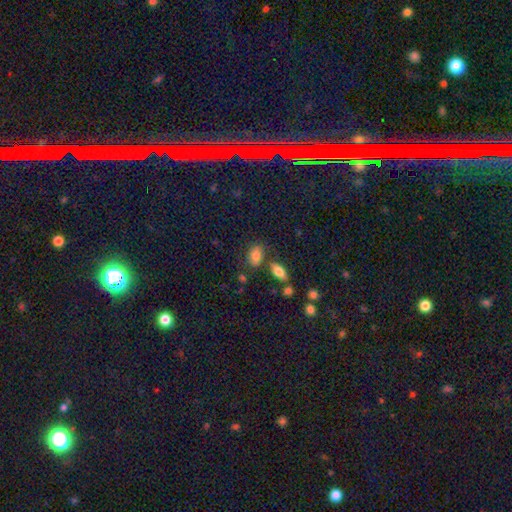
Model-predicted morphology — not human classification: smooth 81%, star or artifact 10%, featured or disk 9%. Down the decision tree: how rounded — in between (86%); merging — none (69%).